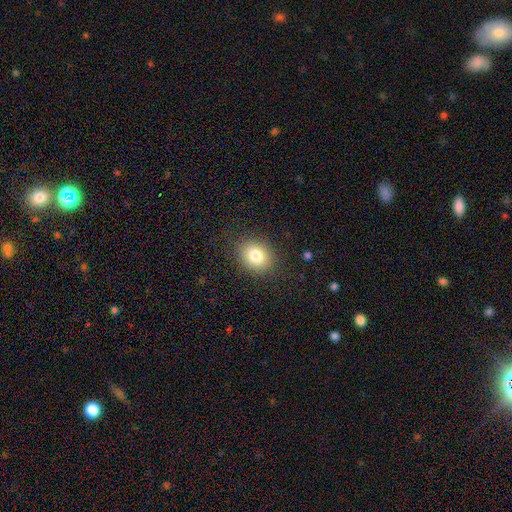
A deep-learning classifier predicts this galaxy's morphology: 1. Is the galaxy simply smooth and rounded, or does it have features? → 81% smooth, 10% star or artifact, 9% featured or disk.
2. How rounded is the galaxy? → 55% round, 44% in between, 1% cigar-shaped.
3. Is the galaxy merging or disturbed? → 86% none, 9% minor disturbance, 4% major disturbance, 1% merger.